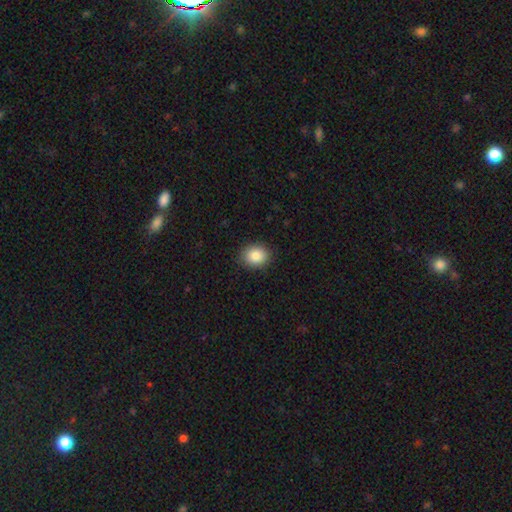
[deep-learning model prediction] smooth-or-featured: smooth: 86% | star or artifact: 9% | featured or disk: 6%
  how-rounded: round: 56% | in between: 43% | cigar-shaped: 1%
  merging: none: 89% | minor disturbance: 8% | major disturbance: 2% | merger: 1%